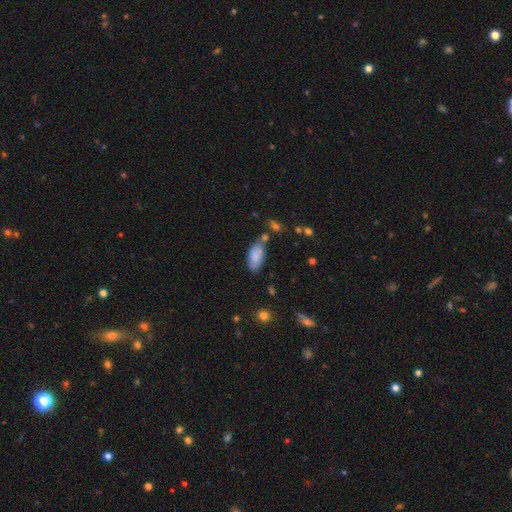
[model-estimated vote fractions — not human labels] Smooth or featured?
  - smooth: 81% *
  - featured or disk: 12%
  - star or artifact: 7%
How rounded?
  - in between: 90% *
  - cigar-shaped: 8%
  - round: 2%
Merging?
  - none: 62% *
  - minor disturbance: 21%
  - merger: 11%
  - major disturbance: 5%